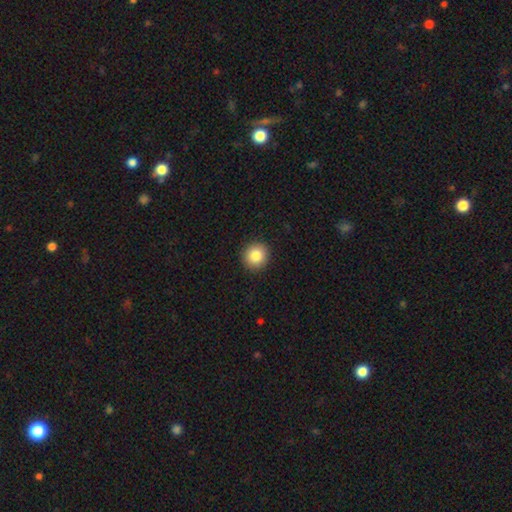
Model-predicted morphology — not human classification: Smooth or featured? Predicted: smooth (p=0.84). How rounded? Predicted: round (p=0.91). Merging? Predicted: none (p=0.92).